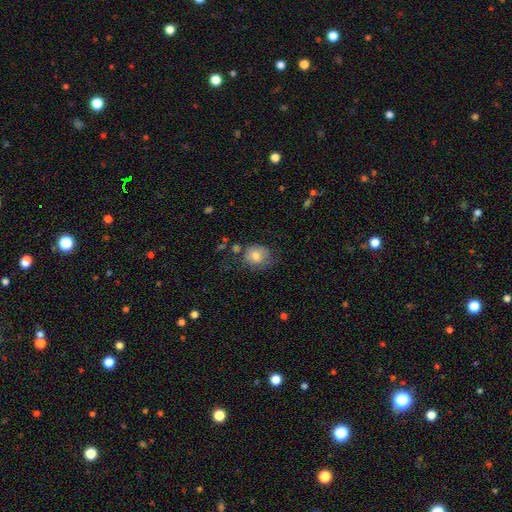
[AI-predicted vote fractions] Smooth or featured?
  - smooth: 71% *
  - featured or disk: 18%
  - star or artifact: 10%
How rounded?
  - round: 62% *
  - in between: 37%
  - cigar-shaped: 1%
Merging?
  - none: 56% *
  - minor disturbance: 27%
  - major disturbance: 12%
  - merger: 5%